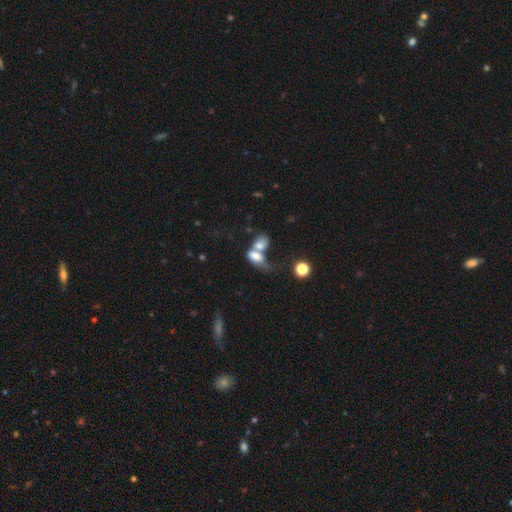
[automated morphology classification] Overall: smooth (65%). How rounded: in between (80%). Merging: merger (71%).